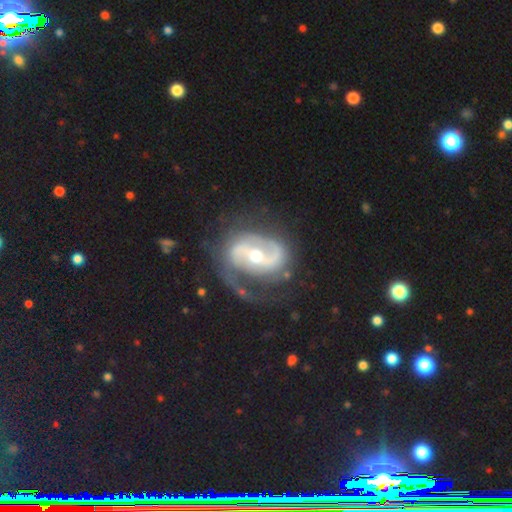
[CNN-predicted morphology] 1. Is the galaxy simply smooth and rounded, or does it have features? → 89% featured or disk, 7% smooth, 5% star or artifact.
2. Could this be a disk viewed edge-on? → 97% no, 3% yes.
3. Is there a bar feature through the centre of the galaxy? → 38% weak, 37% strong, 26% no.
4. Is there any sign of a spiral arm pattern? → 95% yes, 5% no.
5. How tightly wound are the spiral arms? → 49% medium, 29% loose, 22% tight.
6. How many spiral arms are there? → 81% 2, 11% 1, 4% can't tell, 2% 3, 1% 4, 1% more than 4.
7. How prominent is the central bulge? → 66% moderate, 28% small, 4% large, 1% none, 1% dominant.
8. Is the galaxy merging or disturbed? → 59% none, 21% minor disturbance, 17% major disturbance, 2% merger.